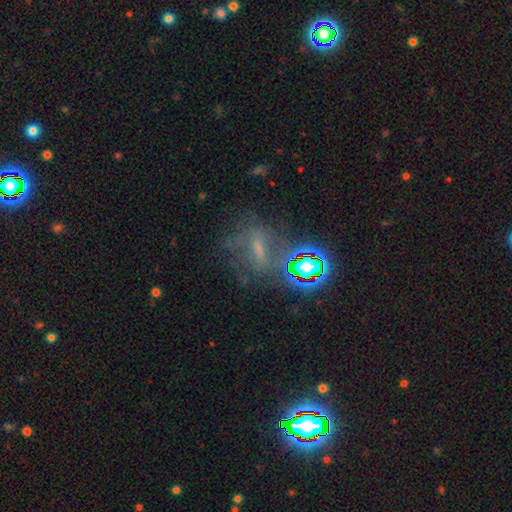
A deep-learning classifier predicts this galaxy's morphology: Smooth or featured?
  - star or artifact: 44% *
  - featured or disk: 39%
  - smooth: 18%